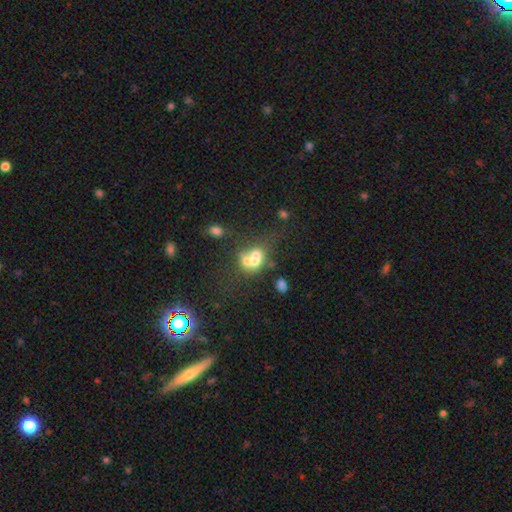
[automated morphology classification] Smooth or featured?
  - smooth: 52% *
  - featured or disk: 33%
  - star or artifact: 15%
How rounded?
  - round: 52% *
  - in between: 47%
  - cigar-shaped: 1%
Merging?
  - merger: 63% *
  - none: 22%
  - minor disturbance: 8%
  - major disturbance: 8%